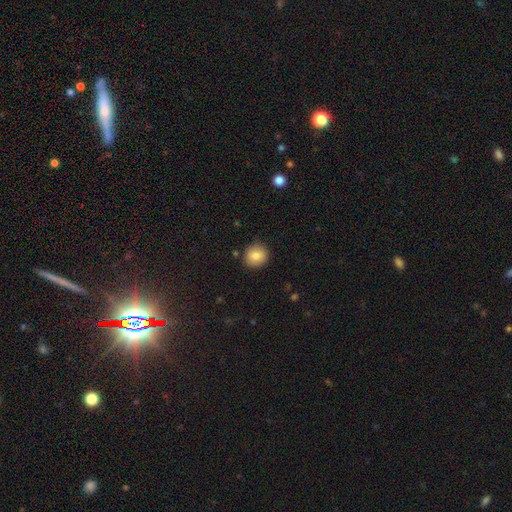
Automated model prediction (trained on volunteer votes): Morphology: type=smooth (84%); roundness=round (89%); merging=none (88%).